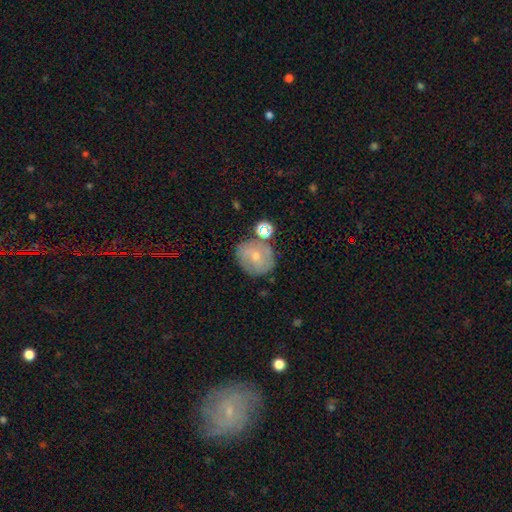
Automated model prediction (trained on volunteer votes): Smooth or featured? smooth (55%)
How rounded? round (74%)
Merging? none (64%)